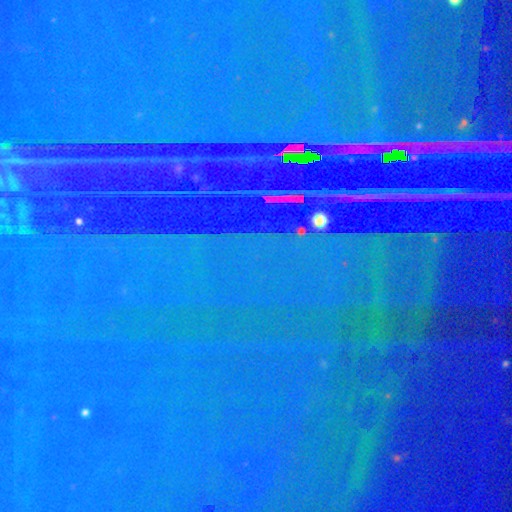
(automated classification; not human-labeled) smooth_or_featured: star or artifact (p=0.88) [alt: featured or disk p=0.07]